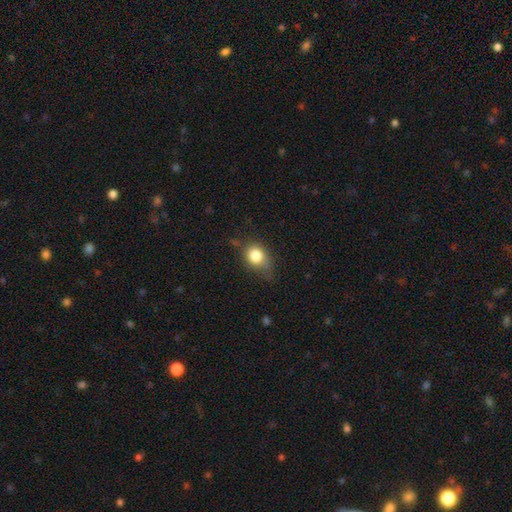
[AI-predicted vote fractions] Morphology: type=smooth (79%); roundness=round (59%); merging=none (49%).